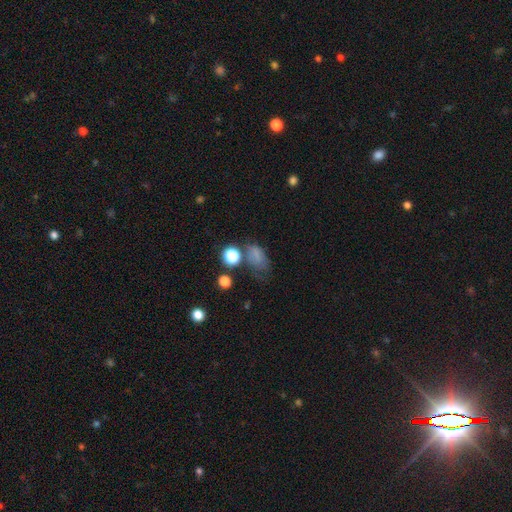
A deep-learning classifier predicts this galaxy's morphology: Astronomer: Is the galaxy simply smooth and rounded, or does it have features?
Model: smooth — 70%.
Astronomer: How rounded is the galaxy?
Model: in between — 74%.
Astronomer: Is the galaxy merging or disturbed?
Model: none — 42% (runner-up: minor disturbance, 27%).